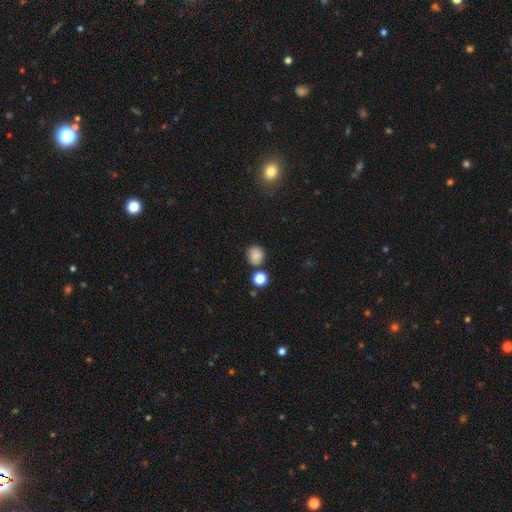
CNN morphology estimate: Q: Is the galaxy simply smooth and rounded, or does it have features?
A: smooth — 82%.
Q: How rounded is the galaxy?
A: round — 85%.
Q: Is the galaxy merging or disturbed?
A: none — 76%.